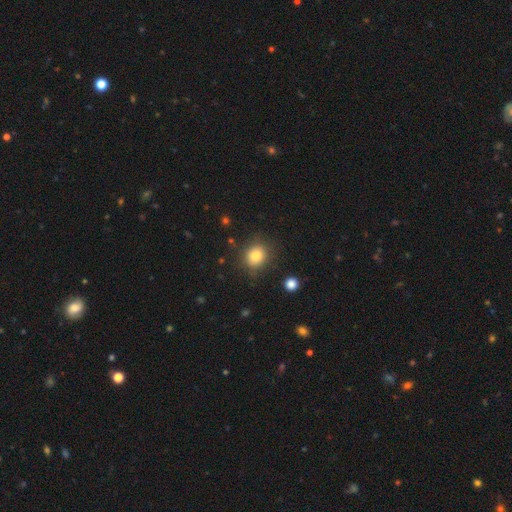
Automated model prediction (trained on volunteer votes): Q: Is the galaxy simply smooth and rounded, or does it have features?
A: smooth — 82%.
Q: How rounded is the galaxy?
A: round — 71%.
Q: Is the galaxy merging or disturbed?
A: none — 81%.